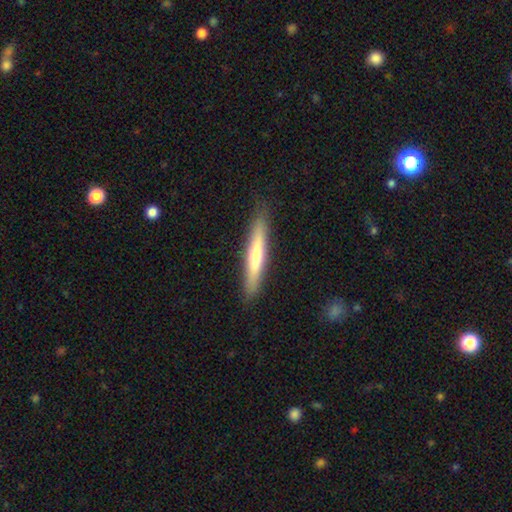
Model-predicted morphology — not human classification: type=smooth (55%); roundness=cigar-shaped (93%); merging=none (88%).